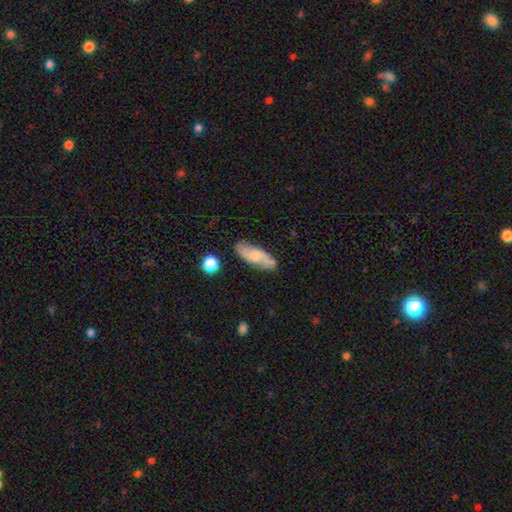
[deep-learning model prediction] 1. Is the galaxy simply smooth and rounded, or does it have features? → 55% smooth, 39% featured or disk, 7% star or artifact.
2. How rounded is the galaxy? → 64% in between, 33% cigar-shaped, 3% round.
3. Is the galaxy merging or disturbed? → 78% none, 16% minor disturbance, 3% major disturbance, 3% merger.